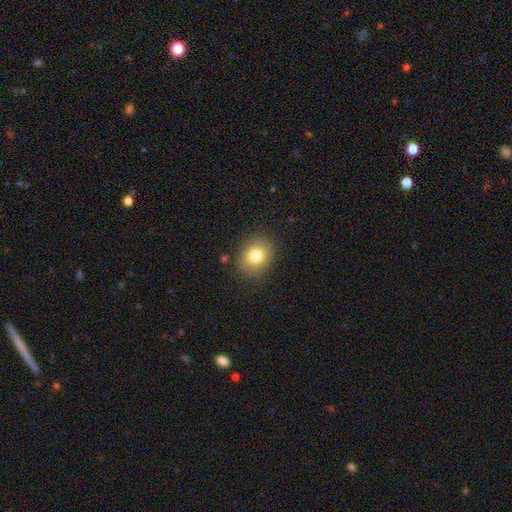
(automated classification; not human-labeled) Smooth or featured?
  - smooth: 81% *
  - star or artifact: 10%
  - featured or disk: 9%
How rounded?
  - round: 63% *
  - in between: 36%
  - cigar-shaped: 1%
Merging?
  - none: 86% *
  - minor disturbance: 9%
  - major disturbance: 3%
  - merger: 1%